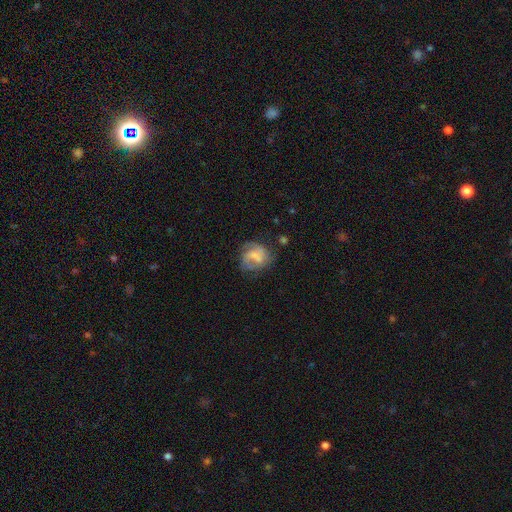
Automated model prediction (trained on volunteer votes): Smooth or featured? featured or disk (59%)
Edge-on disk? no (98%)
Bar? no (56%)
Spiral arms? yes (77%)
Bulge size? small (44%)
Merging? none (52%)